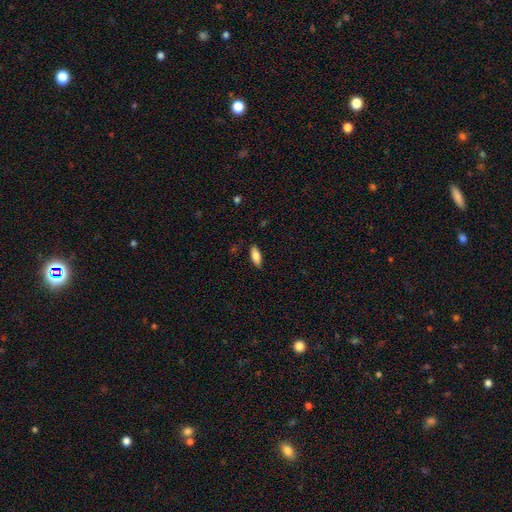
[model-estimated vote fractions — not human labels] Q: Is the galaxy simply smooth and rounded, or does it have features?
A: smooth — 82%.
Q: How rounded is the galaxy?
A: in between — 80%.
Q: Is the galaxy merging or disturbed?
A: none — 86%.